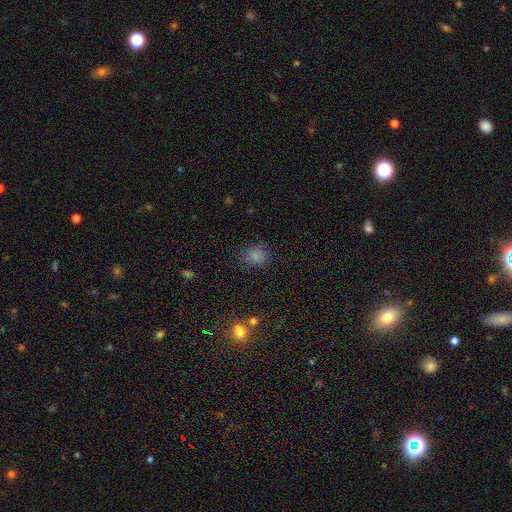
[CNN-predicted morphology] Smooth or featured? Predicted: smooth (p=0.79). How rounded? Predicted: round (p=0.71). Merging? Predicted: none (p=0.83).